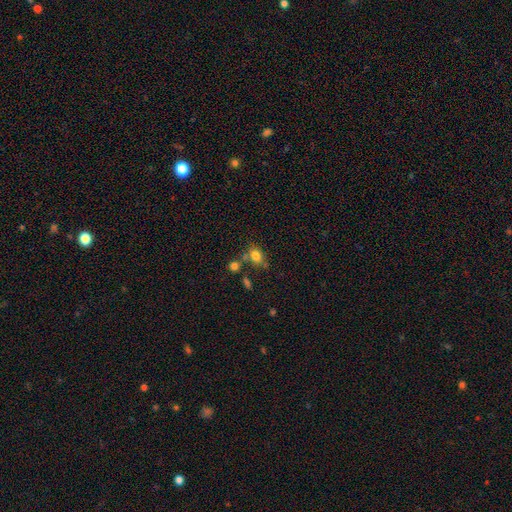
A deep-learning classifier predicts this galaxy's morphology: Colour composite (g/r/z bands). It shows a smooth galaxy with no disk features (78%) that is in between round and cigar-shaped (64%). Merging: none (52%).